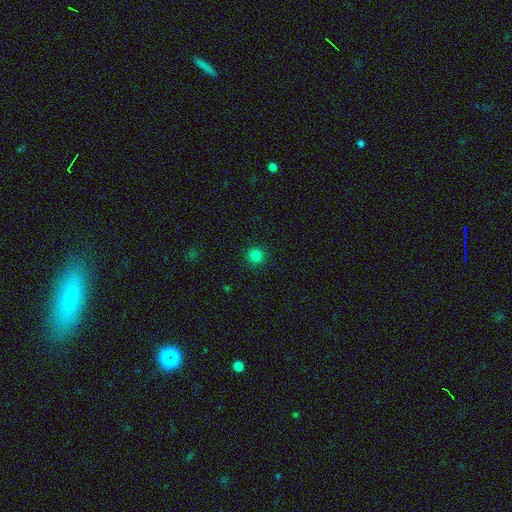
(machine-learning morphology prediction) Overall: smooth (82%). How rounded: round (94%). Merging: none (91%).